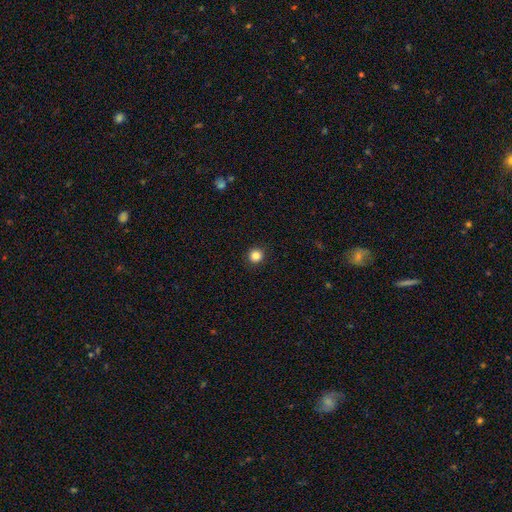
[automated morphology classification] A smooth galaxy with no disk features (84%) that is round (94%). Merging: none (93%).